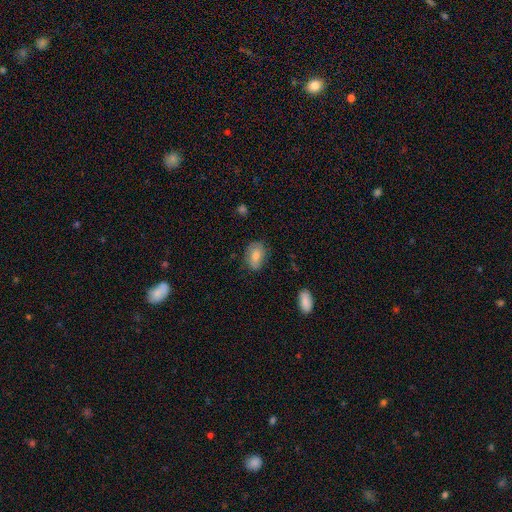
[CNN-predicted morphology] Smooth or featured? Predicted: smooth (p=0.68). How rounded? Predicted: in between (p=0.81). Merging? Predicted: none (p=0.77).